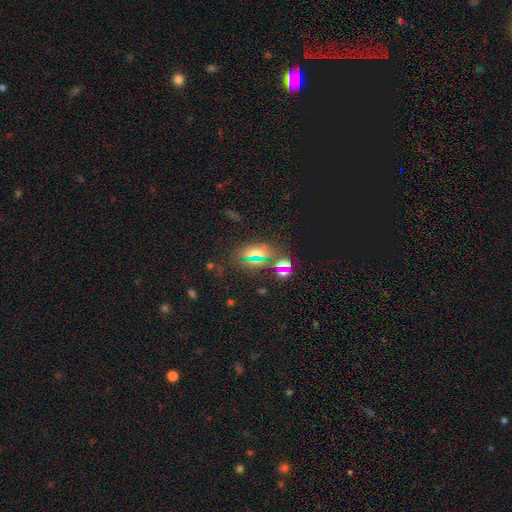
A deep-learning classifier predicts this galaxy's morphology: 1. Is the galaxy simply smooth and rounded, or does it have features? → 49% star or artifact, 38% smooth, 13% featured or disk.